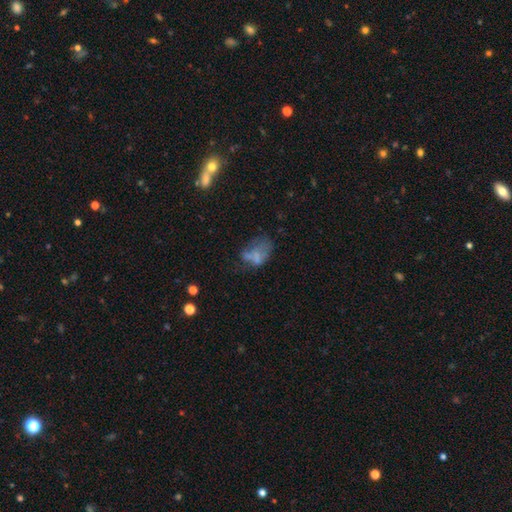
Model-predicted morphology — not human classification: type=smooth (50%); merging=major disturbance (36%).